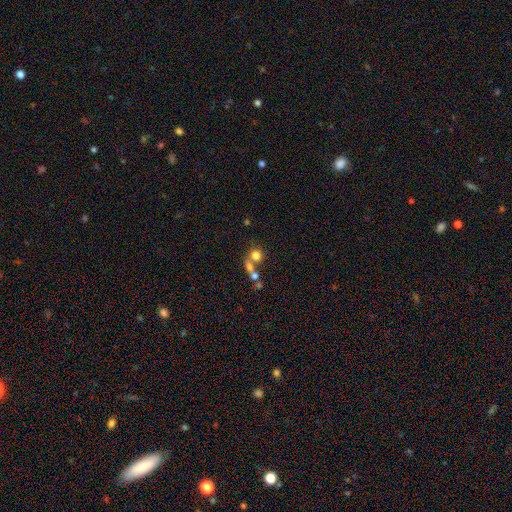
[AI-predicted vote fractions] Overall: smooth (72%). How rounded: round (81%). Merging: merger (44%; none 42%).